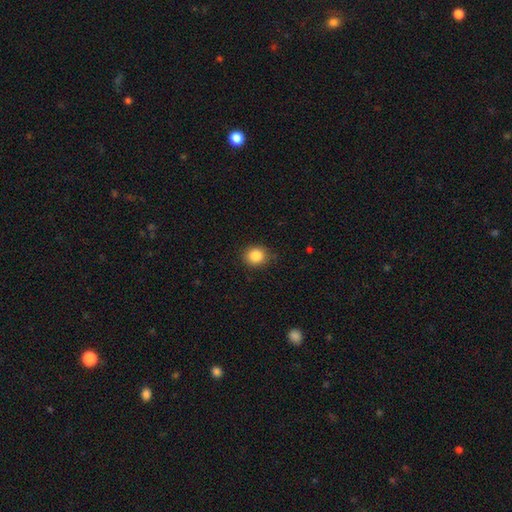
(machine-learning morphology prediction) A smooth galaxy with no disk features (86%) that is round (80%). Merging: none (87%).